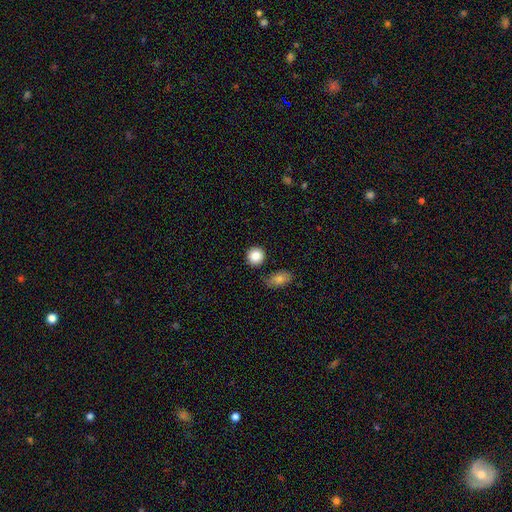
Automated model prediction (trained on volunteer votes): Smooth or featured? Predicted: smooth (p=0.86). How rounded? Predicted: round (p=0.88). Merging? Predicted: none (p=0.83).